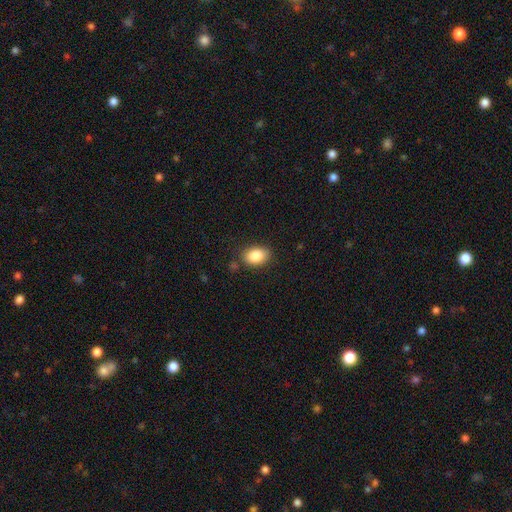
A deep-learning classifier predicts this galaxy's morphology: smooth-or-featured: smooth: 87% | star or artifact: 8% | featured or disk: 5%
  how-rounded: in between: 83% | round: 16% | cigar-shaped: 1%
  merging: none: 81% | minor disturbance: 13% | major disturbance: 3% | merger: 2%